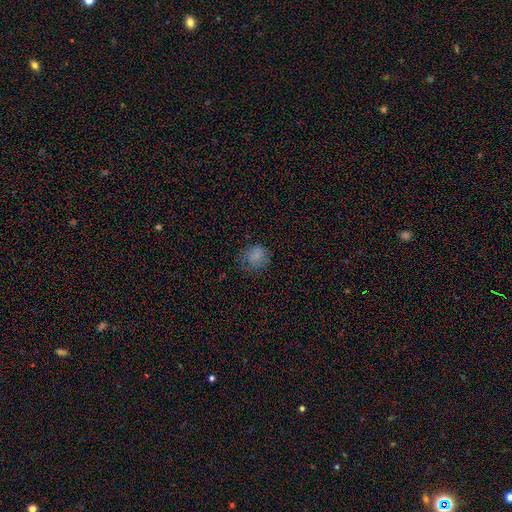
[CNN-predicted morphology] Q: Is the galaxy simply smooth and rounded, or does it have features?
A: smooth — 75%.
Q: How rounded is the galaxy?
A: round — 76%.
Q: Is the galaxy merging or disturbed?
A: none — 66%.